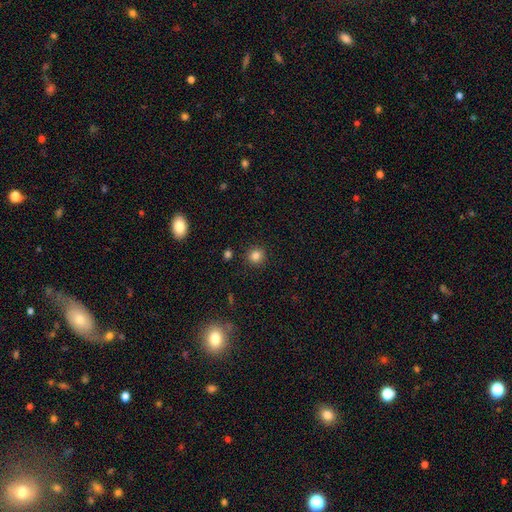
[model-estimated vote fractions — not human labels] Smooth or featured? smooth (83%)
How rounded? round (92%)
Merging? none (90%)